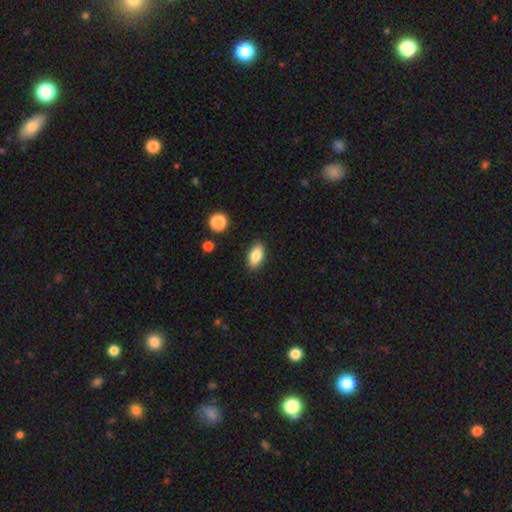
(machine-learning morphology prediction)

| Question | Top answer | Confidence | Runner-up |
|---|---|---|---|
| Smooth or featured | smooth | 84% | featured or disk (9%) |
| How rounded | in between | 90% | cigar-shaped (5%) |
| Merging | none | 87% | minor disturbance (9%) |